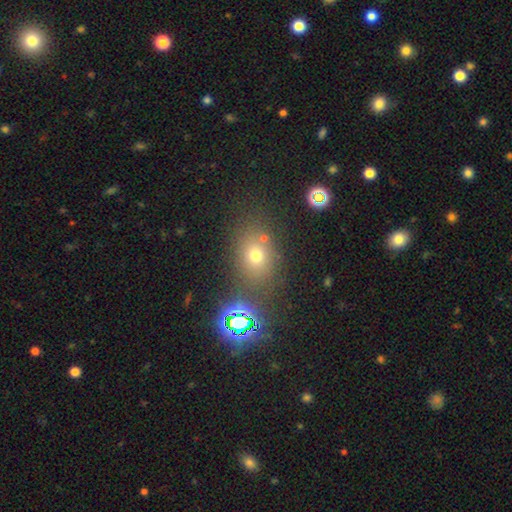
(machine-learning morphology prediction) Smooth or featured?
  - smooth: 62% *
  - star or artifact: 26%
  - featured or disk: 12%
How rounded?
  - in between: 50% *
  - round: 49%
  - cigar-shaped: 1%
Merging?
  - none: 72% *
  - minor disturbance: 12%
  - merger: 10%
  - major disturbance: 6%